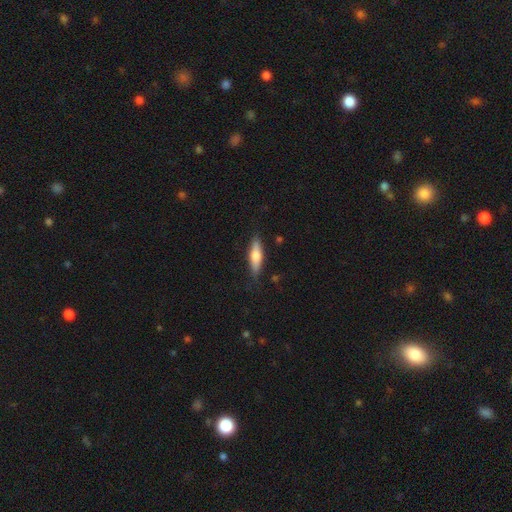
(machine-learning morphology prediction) Smooth or featured?
  - smooth: 58% *
  - featured or disk: 37%
  - star or artifact: 6%
How rounded?
  - cigar-shaped: 63% *
  - in between: 35%
  - round: 2%
Merging?
  - none: 84% *
  - minor disturbance: 12%
  - major disturbance: 3%
  - merger: 1%